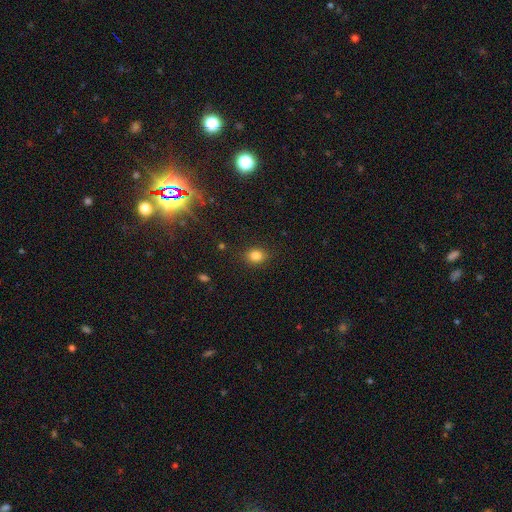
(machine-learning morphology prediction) Q: Smooth or featured?
A: smooth (83%); runner-up: star or artifact (12%)
Q: How rounded?
A: round (53%); runner-up: in between (46%)
Q: Merging?
A: none (87%); runner-up: minor disturbance (9%)